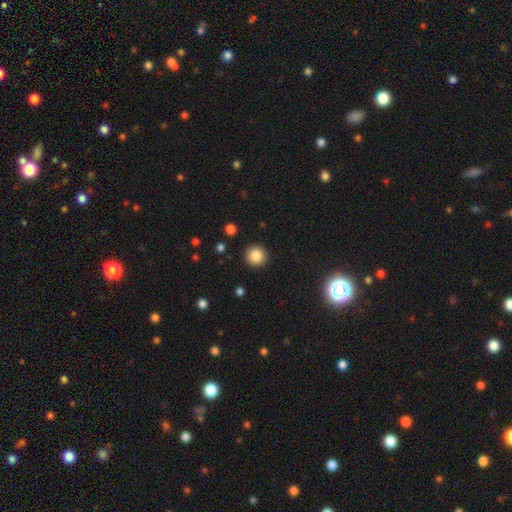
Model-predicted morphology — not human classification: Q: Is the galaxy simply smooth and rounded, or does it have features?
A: smooth — 84%.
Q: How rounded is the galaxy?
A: round — 95%.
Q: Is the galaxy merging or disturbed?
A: none — 92%.